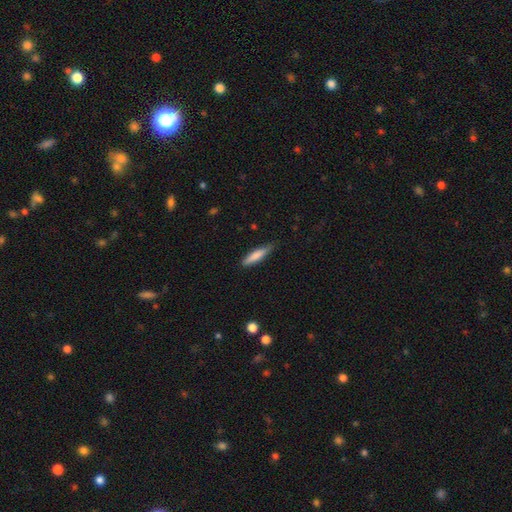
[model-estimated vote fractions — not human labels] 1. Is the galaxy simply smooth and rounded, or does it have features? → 77% smooth, 17% featured or disk, 6% star or artifact.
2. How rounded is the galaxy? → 79% cigar-shaped, 19% in between, 1% round.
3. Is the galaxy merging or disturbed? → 78% none, 19% minor disturbance, 3% major disturbance, 1% merger.